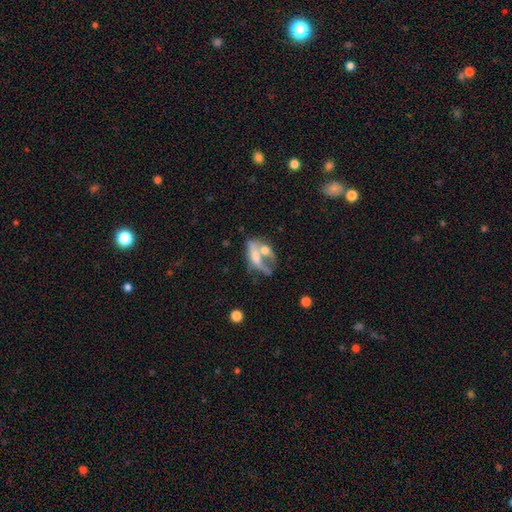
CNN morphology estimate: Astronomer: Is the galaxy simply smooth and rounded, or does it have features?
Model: smooth — 46% (runner-up: featured or disk, 45%).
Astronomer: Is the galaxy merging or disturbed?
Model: merger — 54%.